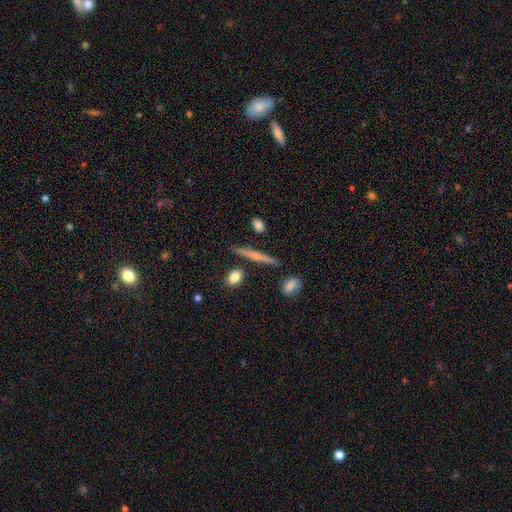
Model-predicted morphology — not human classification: featured or disk 47%, smooth 45%, star or artifact 8%. Down the decision tree: merging — none (86%).